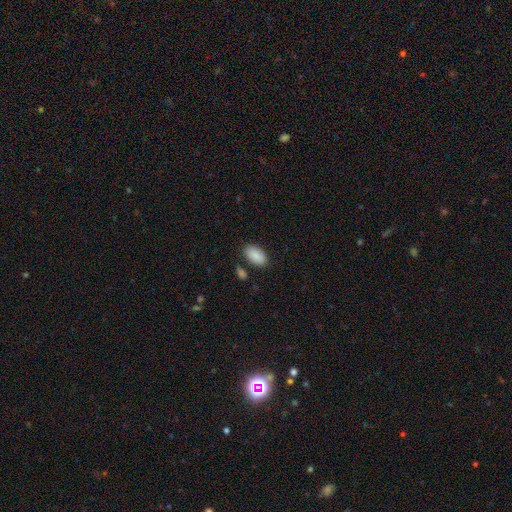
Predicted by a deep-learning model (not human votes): This is clearly a smooth galaxy (89%). How rounded: clearly in between (94%). Merging: likely none (79%).